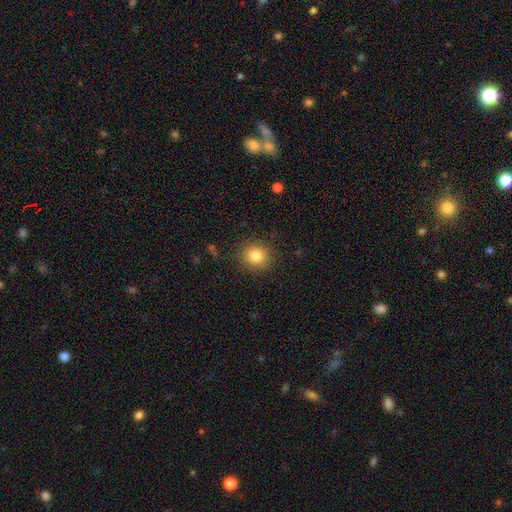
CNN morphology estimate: type=smooth (83%); roundness=round (82%); merging=none (88%).